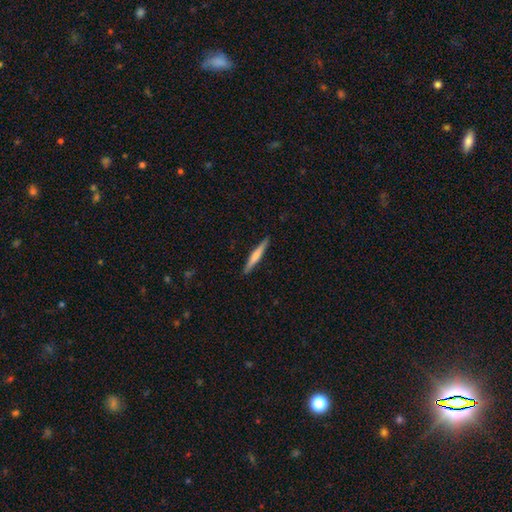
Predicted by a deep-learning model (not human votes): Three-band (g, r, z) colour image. It shows a smooth galaxy with no disk features (59%) that is cigar-shaped (95%). Merging: none (91%).